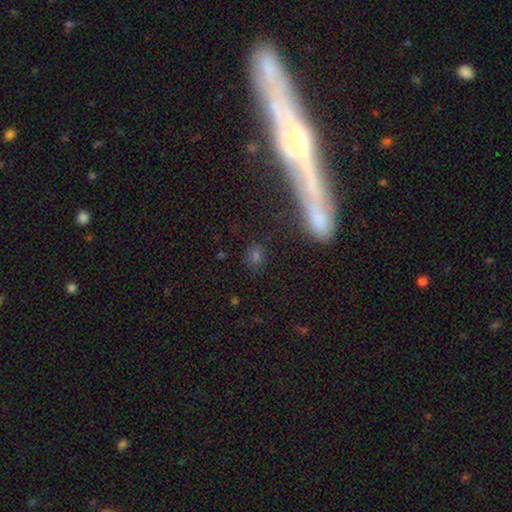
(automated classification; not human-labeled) A smooth galaxy with no disk features (62%) that is round (44%).

Vote fractions:
- Smooth or featured? smooth: 62% / star or artifact: 22% / featured or disk: 16%
- How rounded? round: 44% / in between: 42% / cigar-shaped: 14%
- Merging? none: 71% / minor disturbance: 13% / merger: 10% / major disturbance: 7%